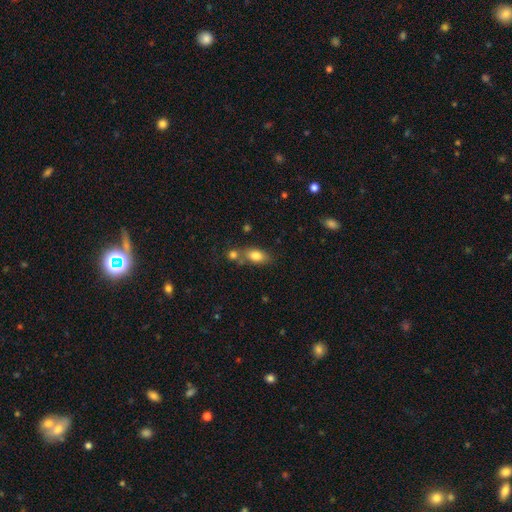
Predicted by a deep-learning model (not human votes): smooth_or_featured: smooth (p=0.80) [alt: featured or disk p=0.11]
how_rounded: in between (p=0.82) [alt: round p=0.11]
merging: none (p=0.54) [alt: merger p=0.28]